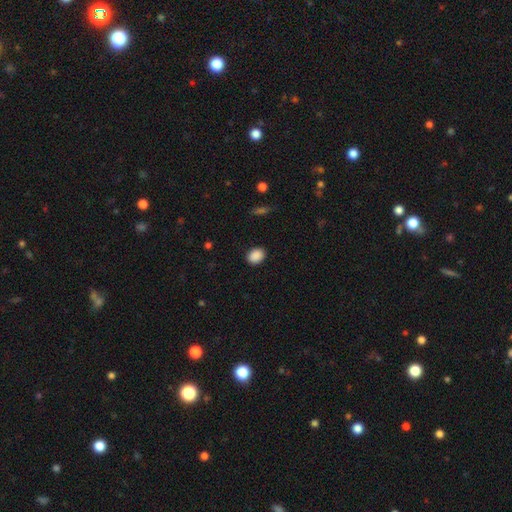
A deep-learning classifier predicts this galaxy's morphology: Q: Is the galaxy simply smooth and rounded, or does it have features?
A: smooth — 89%.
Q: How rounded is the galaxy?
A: in between — 66%.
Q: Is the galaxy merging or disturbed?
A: none — 89%.